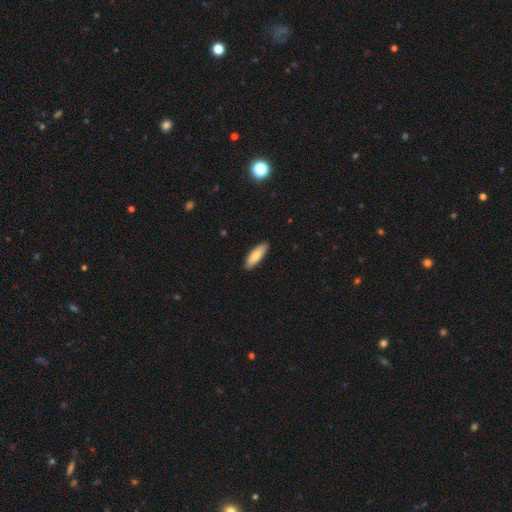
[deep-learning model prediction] smooth 79%, featured or disk 16%, star or artifact 5%. Down the decision tree: how rounded — in between (50%); merging — none (89%).